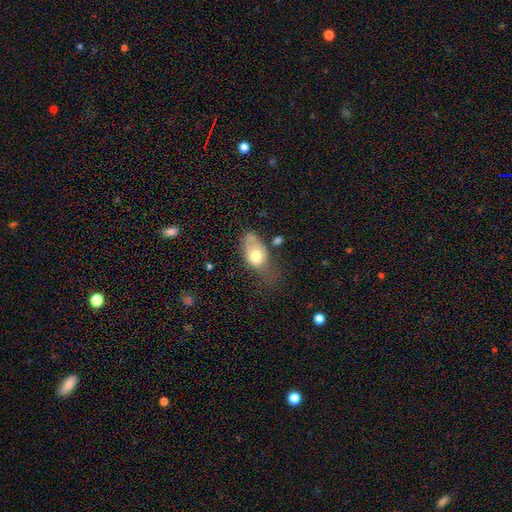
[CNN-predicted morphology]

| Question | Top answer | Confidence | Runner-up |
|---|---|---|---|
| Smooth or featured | smooth | 71% | featured or disk (21%) |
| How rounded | in between | 83% | round (14%) |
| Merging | major disturbance | 35% | minor disturbance (32%) |